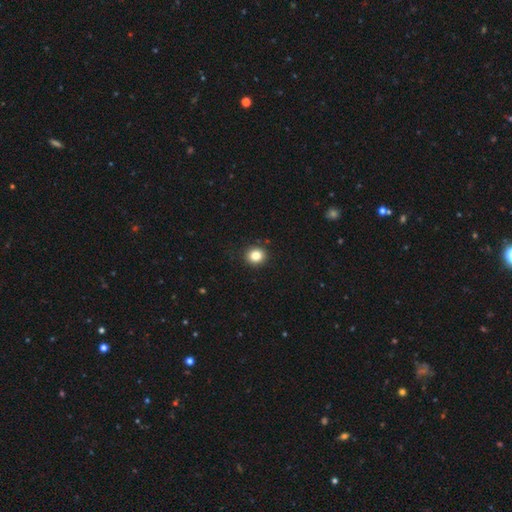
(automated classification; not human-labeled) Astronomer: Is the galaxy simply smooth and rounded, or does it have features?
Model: smooth — 85%.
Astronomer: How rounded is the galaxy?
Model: round — 85%.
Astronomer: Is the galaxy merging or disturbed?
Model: none — 91%.